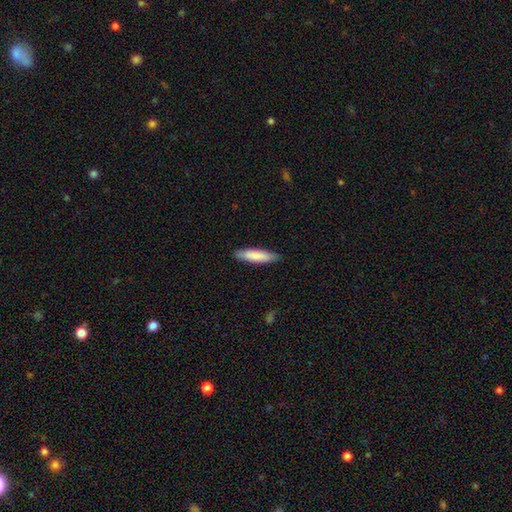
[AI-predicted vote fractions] This appears to be a smooth galaxy with no disk features (82%) that is cigar-shaped (76%). Merging: none (88%).